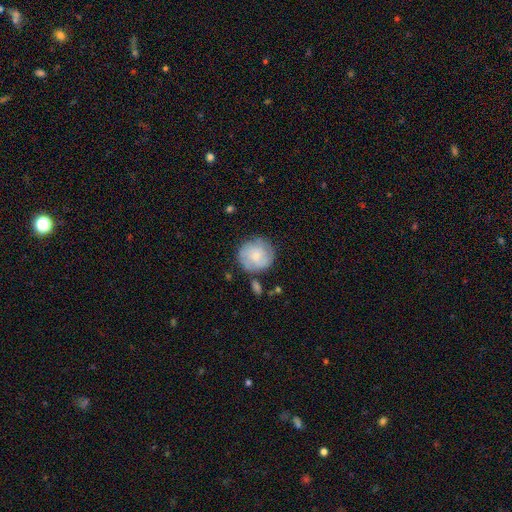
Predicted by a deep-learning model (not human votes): Smooth or featured?
  - smooth: 54% *
  - featured or disk: 39%
  - star or artifact: 7%
How rounded?
  - round: 92% *
  - in between: 7%
  - cigar-shaped: 1%
Merging?
  - none: 72% *
  - minor disturbance: 17%
  - merger: 6%
  - major disturbance: 6%